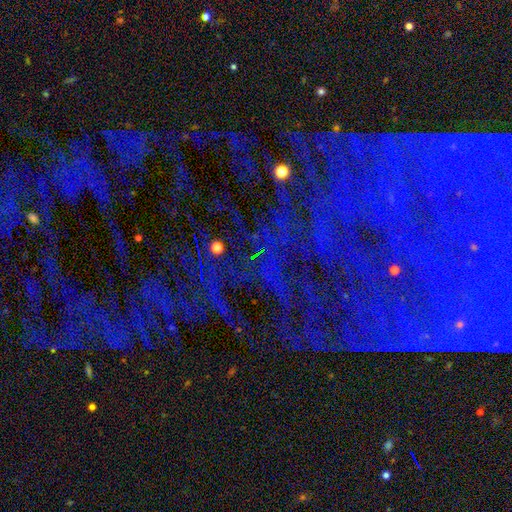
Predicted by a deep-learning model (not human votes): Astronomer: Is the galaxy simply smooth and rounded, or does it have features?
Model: star or artifact — 75%.